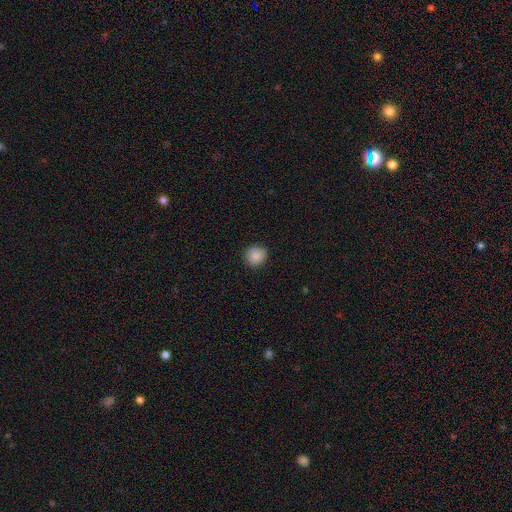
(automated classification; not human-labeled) The model was most divided on "how rounded": round: 88%, in between: 11%, cigar-shaped: 1%. More confident: merging — none (88%); smooth or featured — smooth (87%).